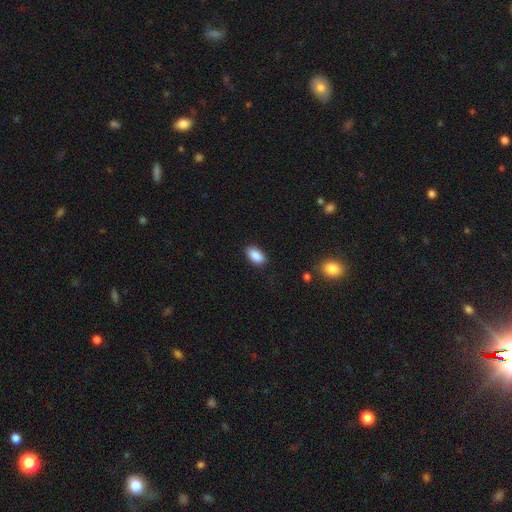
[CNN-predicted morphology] The model was most divided on "merging": none: 85%, minor disturbance: 11%, major disturbance: 3%, merger: 1%. More confident: how rounded — in between (93%); smooth or featured — smooth (89%).